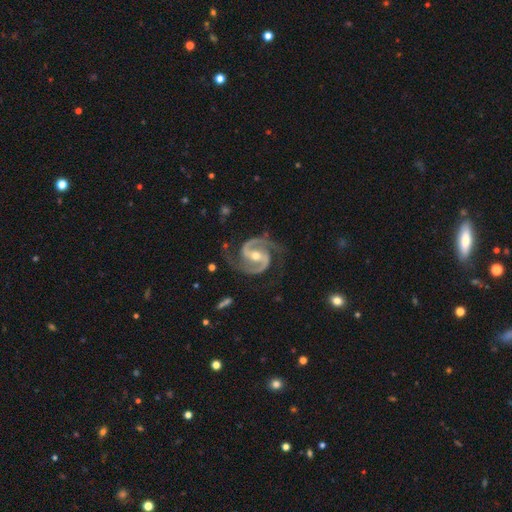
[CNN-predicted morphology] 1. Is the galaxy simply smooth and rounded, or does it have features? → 94% featured or disk, 4% star or artifact, 2% smooth.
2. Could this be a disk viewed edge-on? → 98% no, 2% yes.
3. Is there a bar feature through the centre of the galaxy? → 40% strong, 37% weak, 23% no.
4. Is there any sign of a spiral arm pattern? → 99% yes, 1% no.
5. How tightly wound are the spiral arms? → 65% medium, 23% tight, 12% loose.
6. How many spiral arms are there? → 94% 2, 1% 3, 1% can't tell, 1% 1, 1% 4, 1% more than 4.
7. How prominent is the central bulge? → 59% moderate, 37% small, 2% large, 1% none, 1% dominant.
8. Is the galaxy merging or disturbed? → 79% none, 15% minor disturbance, 5% major disturbance, 1% merger.